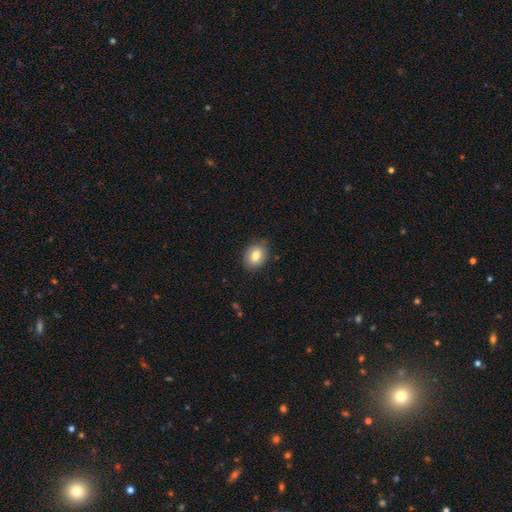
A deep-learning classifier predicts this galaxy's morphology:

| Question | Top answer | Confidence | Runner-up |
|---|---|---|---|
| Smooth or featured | smooth | 81% | featured or disk (10%) |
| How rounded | in between | 61% | round (38%) |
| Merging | none | 82% | minor disturbance (14%) |